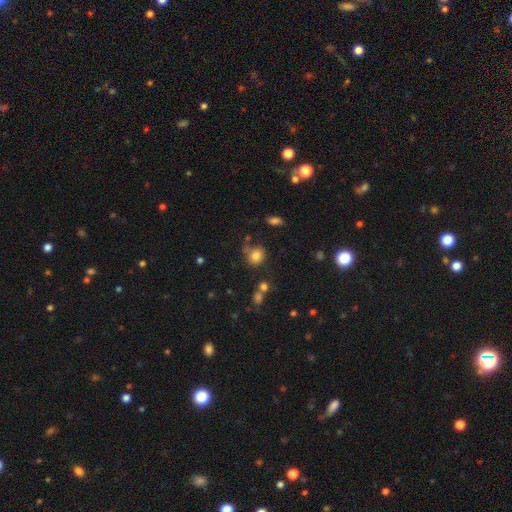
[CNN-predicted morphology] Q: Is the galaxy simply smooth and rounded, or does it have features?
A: smooth — 80%.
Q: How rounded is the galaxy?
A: round — 78%.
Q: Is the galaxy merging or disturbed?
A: none — 65%.